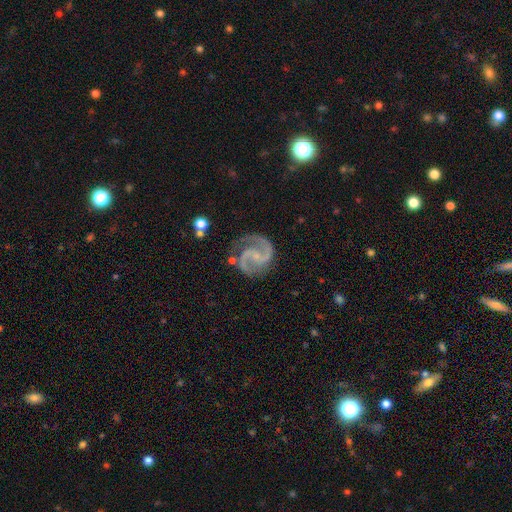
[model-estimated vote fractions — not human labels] This appears to be a featured or disk galaxy (93%) with no bar (46%), 2 (94%) medium (64%) spiral arms (98%) and a small central bulge (65%). Merging: none (77%).